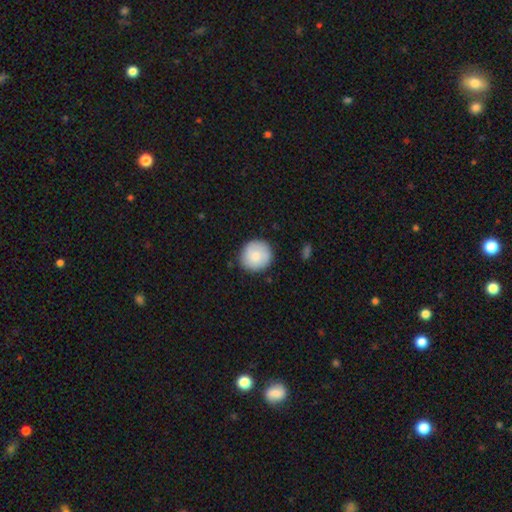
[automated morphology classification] Smooth or featured? smooth (80%)
How rounded? round (93%)
Merging? none (87%)